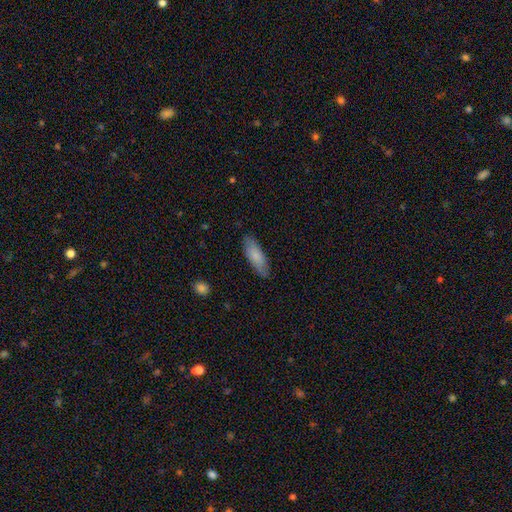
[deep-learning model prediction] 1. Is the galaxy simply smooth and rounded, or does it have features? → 80% smooth, 15% featured or disk, 6% star or artifact.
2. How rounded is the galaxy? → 53% in between, 46% cigar-shaped, 2% round.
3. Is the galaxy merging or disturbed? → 83% none, 13% minor disturbance, 3% major disturbance, 1% merger.